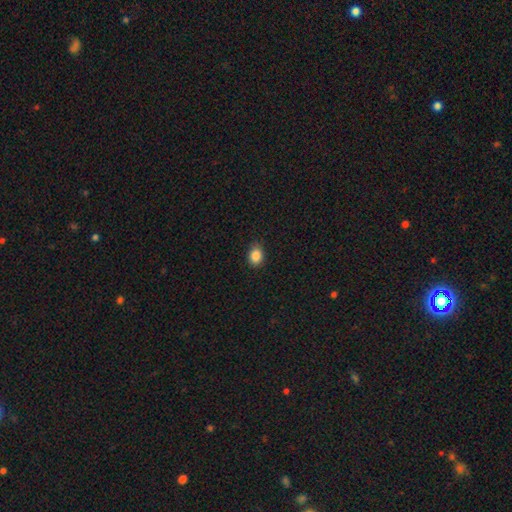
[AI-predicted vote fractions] The model was most divided on "how rounded": in between: 59%, round: 40%, cigar-shaped: 1%. More confident: smooth or featured — smooth (87%); merging — none (84%).